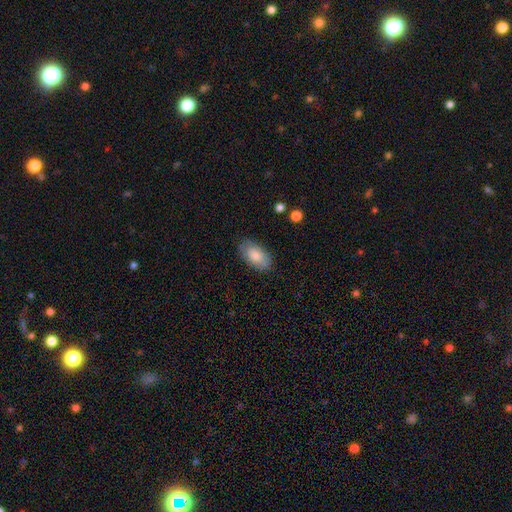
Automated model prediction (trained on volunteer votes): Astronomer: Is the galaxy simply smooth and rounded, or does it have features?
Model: smooth — 79%.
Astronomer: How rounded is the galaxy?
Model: in between — 94%.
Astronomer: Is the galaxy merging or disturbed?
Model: none — 79%.